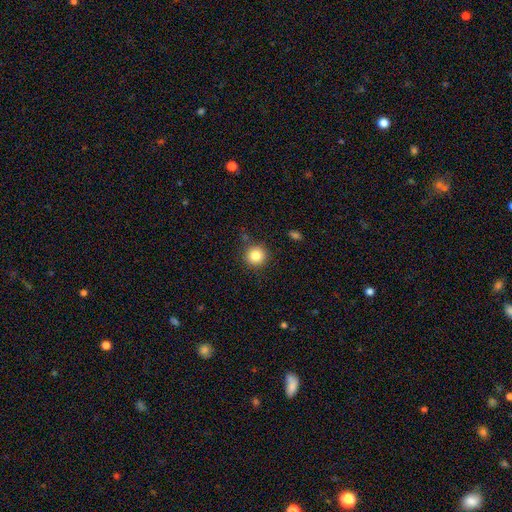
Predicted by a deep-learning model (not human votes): Smooth or featured? Predicted: smooth (p=0.84). How rounded? Predicted: round (p=0.94). Merging? Predicted: none (p=0.86).